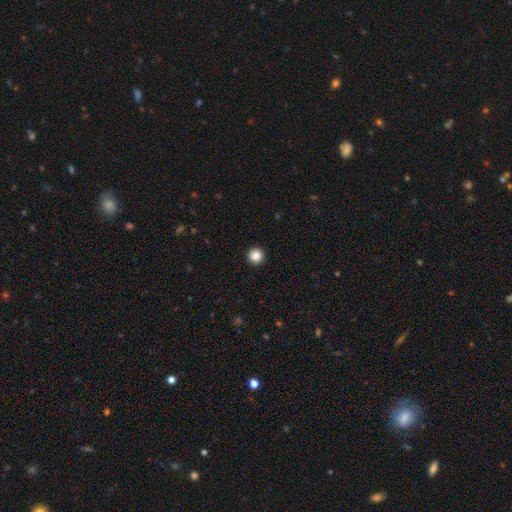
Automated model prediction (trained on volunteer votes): This appears to be a smooth galaxy with no disk features (86%) that is round (96%). Merging: none (94%).